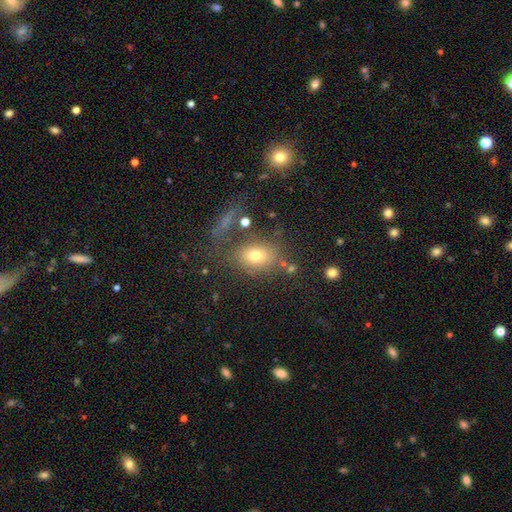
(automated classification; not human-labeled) A smooth galaxy with no disk features (71%) that is in between round and cigar-shaped (66%).

Vote fractions:
- Smooth or featured? smooth: 71% / featured or disk: 15% / star or artifact: 14%
- How rounded? in between: 66% / round: 32% / cigar-shaped: 2%
- Merging? none: 66% / minor disturbance: 15% / merger: 10% / major disturbance: 10%